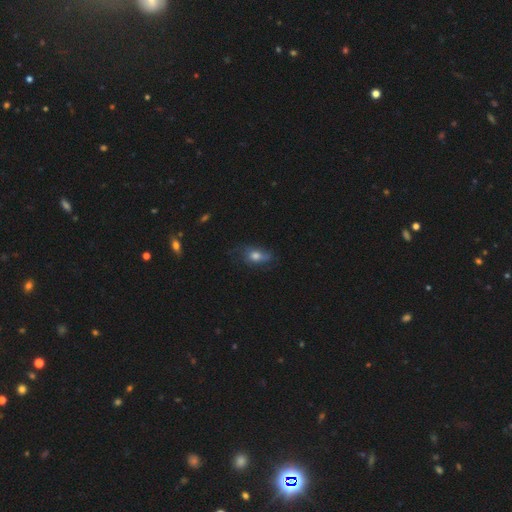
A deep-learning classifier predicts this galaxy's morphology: Smooth or featured? Predicted: smooth (p=0.58). How rounded? Predicted: in between (p=0.77). Merging? Predicted: none (p=0.58).